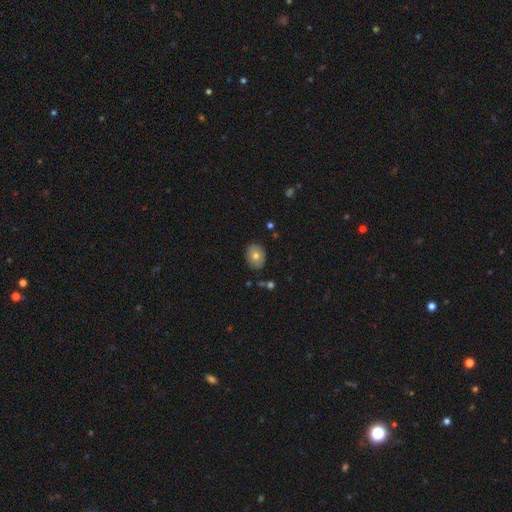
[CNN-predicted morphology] Smooth or featured: smooth — 72% (featured or disk — 20%)
How rounded: in between — 60% (round — 39%)
Merging: none — 85% (minor disturbance — 11%)